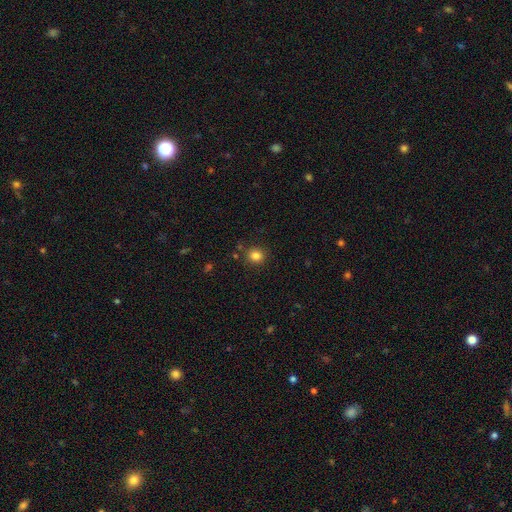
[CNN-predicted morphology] Q: Smooth or featured?
A: smooth (84%); runner-up: star or artifact (12%)
Q: How rounded?
A: round (86%); runner-up: in between (13%)
Q: Merging?
A: none (86%); runner-up: minor disturbance (8%)